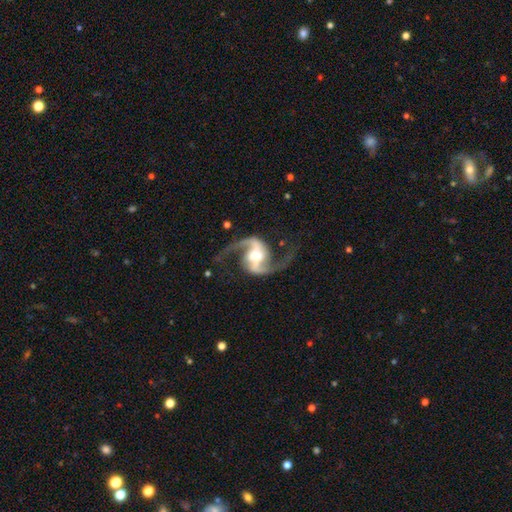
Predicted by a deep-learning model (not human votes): smooth_or_featured: featured or disk (p=0.93) [alt: star or artifact p=0.04]
disk_edge_on: no (p=0.98) [alt: yes p=0.02]
bar: strong (p=0.49) [alt: weak p=0.37]
has_spiral_arms: yes (p=0.98) [alt: no p=0.02]
spiral_winding: loose (p=0.56) [alt: medium p=0.38]
spiral_arm_count: 2 (p=0.95) [alt: can't tell p=0.01]
bulge_size: moderate (p=0.50) [alt: large p=0.21]
merging: none (p=0.79) [alt: minor disturbance p=0.11]